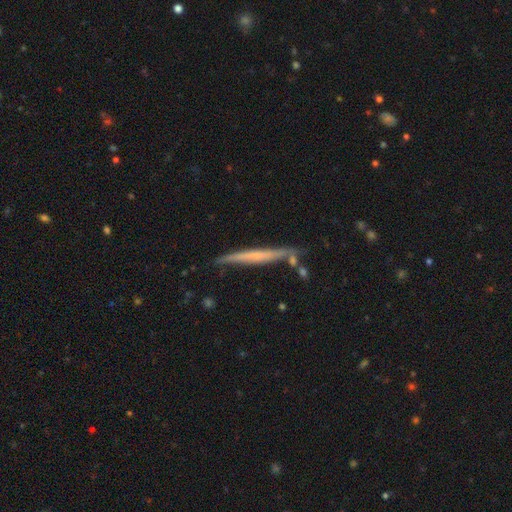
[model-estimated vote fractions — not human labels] Smooth or featured: featured or disk — 53% (smooth — 41%)
Edge-on disk: yes — 96% (no — 4%)
Edge-on bulge: none — 74% (rounded — 18%)
Merging: none — 80% (minor disturbance — 13%)